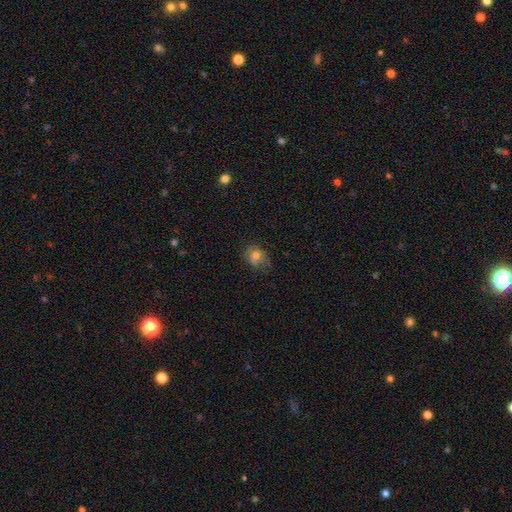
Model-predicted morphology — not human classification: A smooth galaxy with no disk features (69%) that is in between round and cigar-shaped (57%). Merging: none (54%).